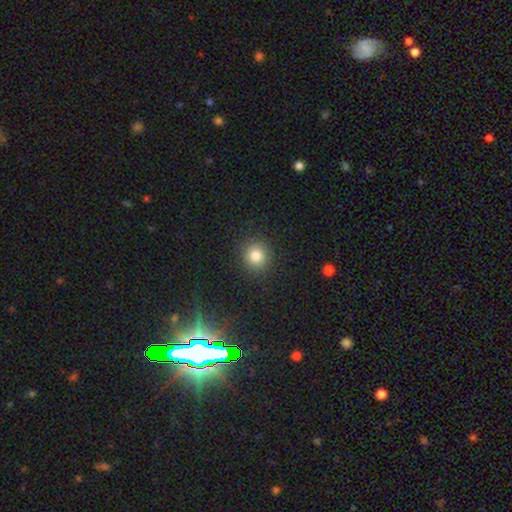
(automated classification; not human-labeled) Morphology: type=smooth (81%); roundness=round (89%); merging=none (90%).